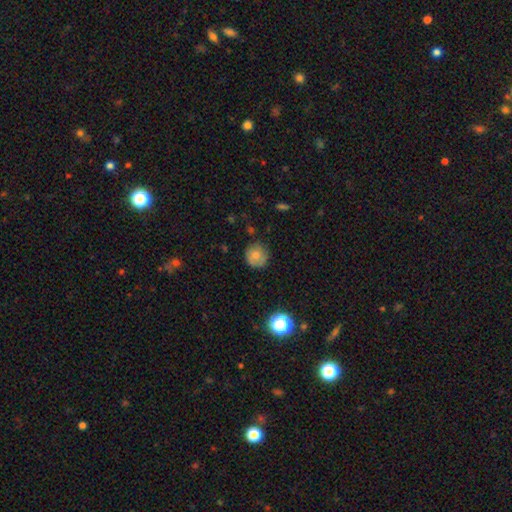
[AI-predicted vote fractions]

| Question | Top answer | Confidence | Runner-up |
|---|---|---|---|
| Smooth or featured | smooth | 78% | featured or disk (11%) |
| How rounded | round | 91% | in between (8%) |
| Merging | none | 76% | minor disturbance (18%) |